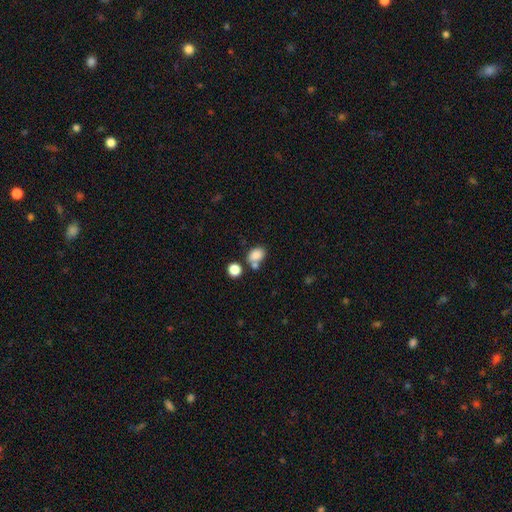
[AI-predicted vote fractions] Smooth or featured? smooth (83%)
How rounded? in between (72%)
Merging? none (51%)